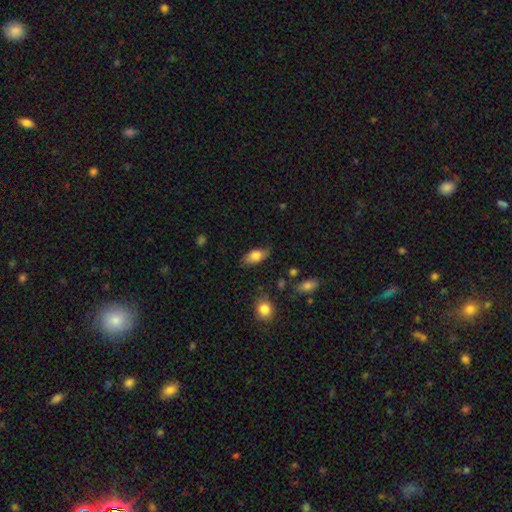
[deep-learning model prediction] Morphology: type=smooth (76%); roundness=in between (88%); merging=none (76%).